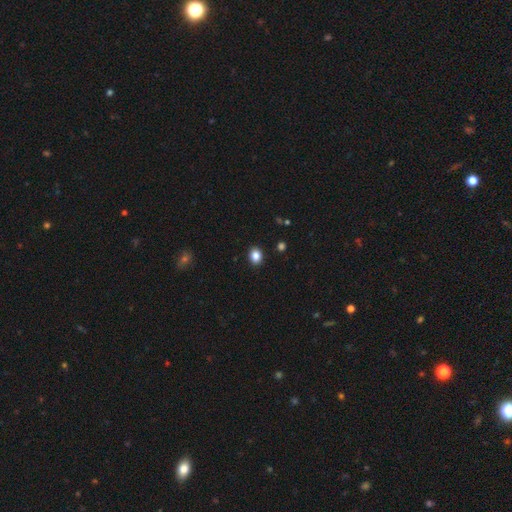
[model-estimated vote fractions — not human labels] The model was most divided on "how rounded": round: 52%, in between: 47%, cigar-shaped: 1%. More confident: merging — none (91%); smooth or featured — smooth (86%).